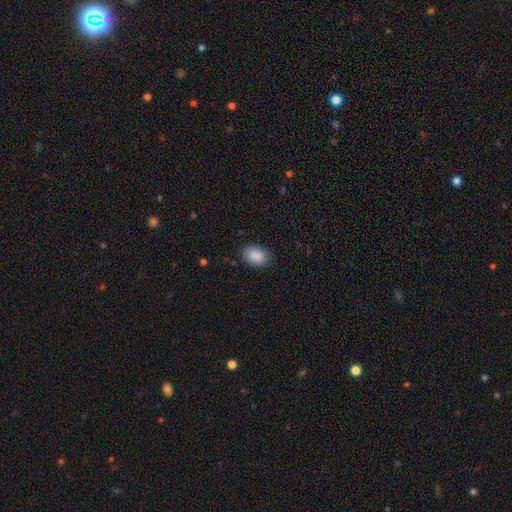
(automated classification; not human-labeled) A smooth galaxy with no disk features (90%) that is in between round and cigar-shaped (84%). Merging: none (85%).